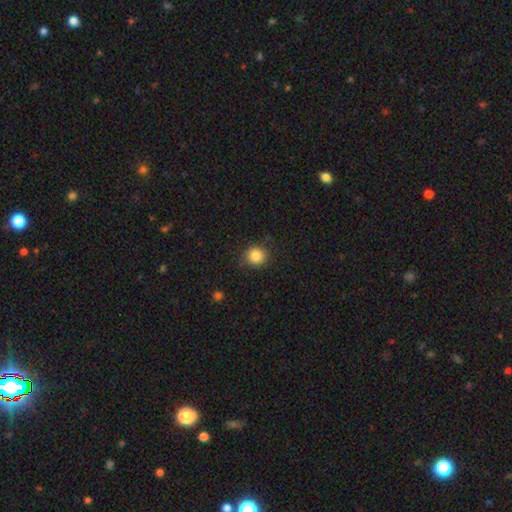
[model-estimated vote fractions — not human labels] smooth_or_featured: smooth (p=0.86) [alt: star or artifact p=0.10]
how_rounded: round (p=0.90) [alt: in between p=0.10]
merging: none (p=0.84) [alt: minor disturbance p=0.11]